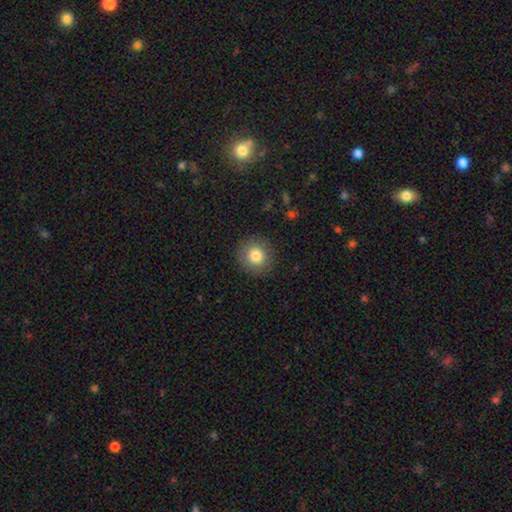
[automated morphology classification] Q: Smooth or featured?
A: smooth (82%); runner-up: star or artifact (10%)
Q: How rounded?
A: round (92%); runner-up: in between (7%)
Q: Merging?
A: none (89%); runner-up: minor disturbance (7%)